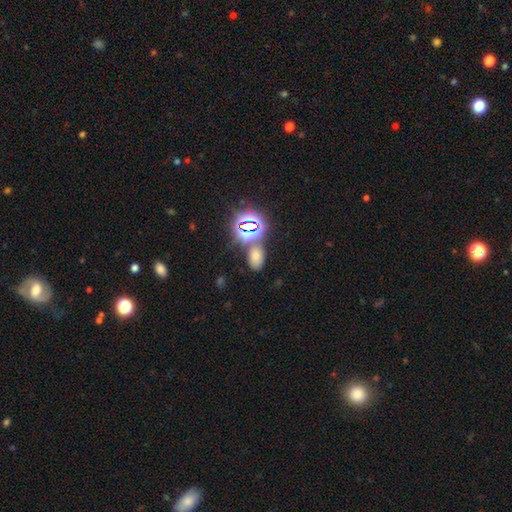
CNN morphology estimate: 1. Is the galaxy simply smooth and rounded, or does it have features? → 59% smooth, 32% star or artifact, 8% featured or disk.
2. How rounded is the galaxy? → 87% in between, 11% round, 2% cigar-shaped.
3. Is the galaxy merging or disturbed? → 73% none, 12% minor disturbance, 11% merger, 4% major disturbance.